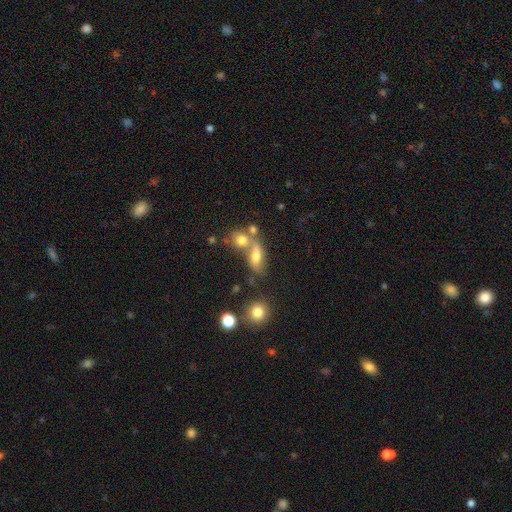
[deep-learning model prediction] A smooth galaxy with no disk features (59%) that is in between round and cigar-shaped (68%). Merging: merger (42%).